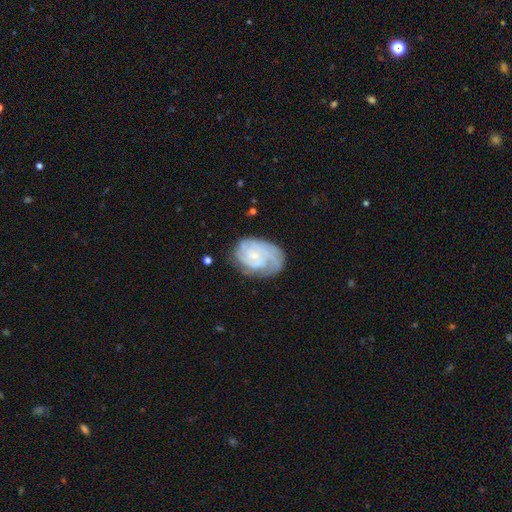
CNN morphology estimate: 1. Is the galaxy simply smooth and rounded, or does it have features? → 80% featured or disk, 14% smooth, 6% star or artifact.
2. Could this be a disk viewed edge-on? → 98% no, 2% yes.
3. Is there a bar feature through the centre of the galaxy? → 65% no, 30% weak, 5% strong.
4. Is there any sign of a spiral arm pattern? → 95% yes, 5% no.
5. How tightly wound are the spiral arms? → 68% tight, 26% medium, 6% loose.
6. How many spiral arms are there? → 33% can't tell, 24% 2, 23% 3, 9% 4, 6% 1, 5% more than 4.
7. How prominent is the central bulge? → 68% small, 18% moderate, 12% none, 2% large, 1% dominant.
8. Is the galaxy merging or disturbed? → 65% none, 23% minor disturbance, 10% major disturbance, 2% merger.